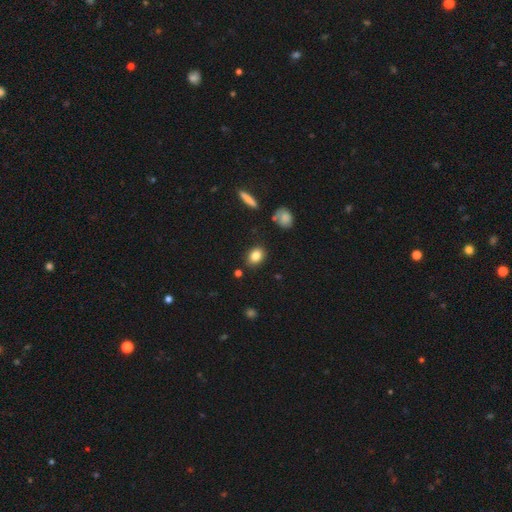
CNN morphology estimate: Smooth or featured? smooth (83%)
How rounded? in between (66%)
Merging? none (85%)